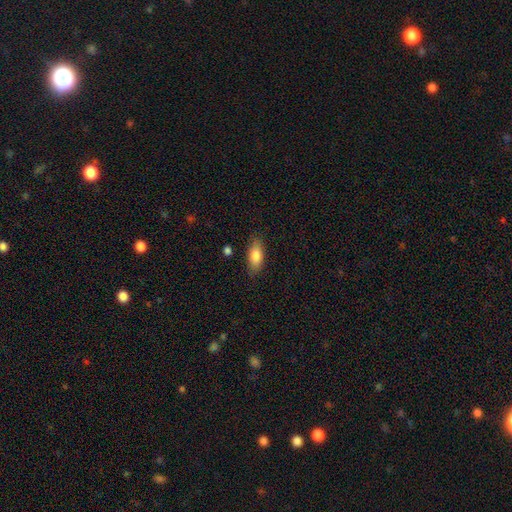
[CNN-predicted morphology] Smooth or featured?
  - smooth: 81% *
  - featured or disk: 12%
  - star or artifact: 7%
How rounded?
  - in between: 81% *
  - cigar-shaped: 16%
  - round: 3%
Merging?
  - none: 82% *
  - minor disturbance: 13%
  - major disturbance: 3%
  - merger: 2%